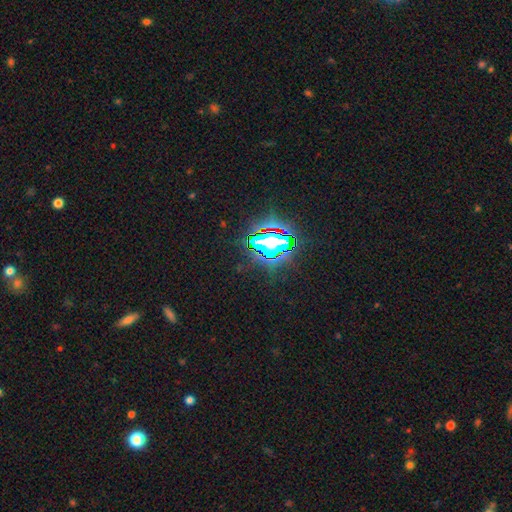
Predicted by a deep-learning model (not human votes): Smooth or featured? Predicted: star or artifact (p=0.79).